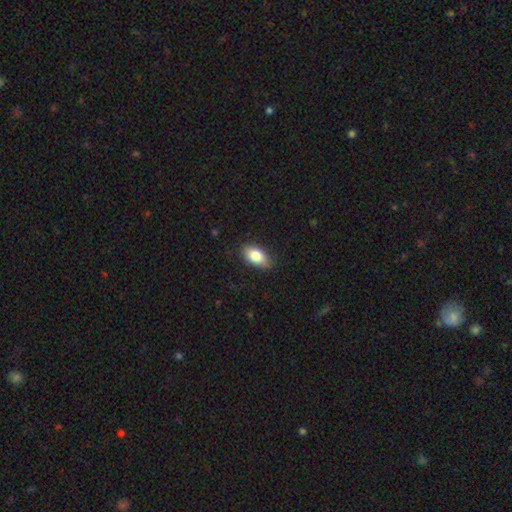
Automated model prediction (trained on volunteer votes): This appears to be a smooth galaxy with no disk features (82%) that is in between round and cigar-shaped (91%). Merging: none (81%).